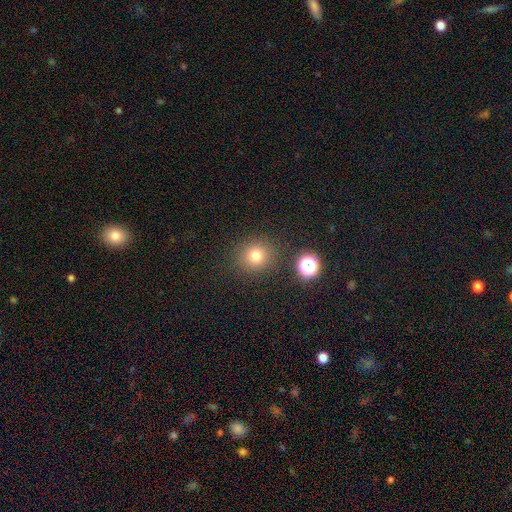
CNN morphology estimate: A smooth galaxy with no disk features (76%) that is round (88%).

Vote fractions:
- Smooth or featured? smooth: 76% / star or artifact: 17% / featured or disk: 7%
- How rounded? round: 88% / in between: 11% / cigar-shaped: 1%
- Merging? none: 86% / minor disturbance: 8% / merger: 3% / major disturbance: 3%